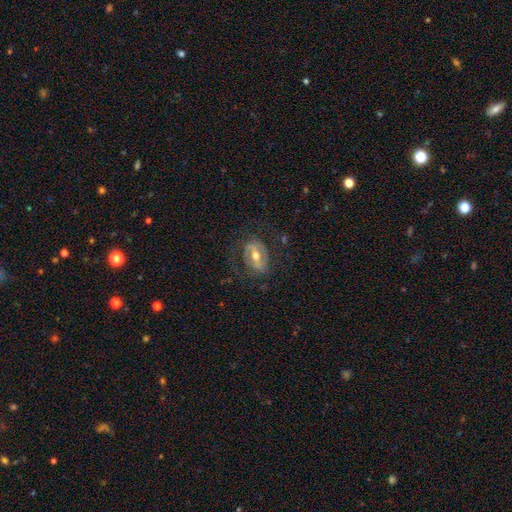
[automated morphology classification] Smooth or featured? Predicted: featured or disk (p=0.69). Edge-on disk? Predicted: no (p=0.93). Bar? Predicted: strong (p=0.47). Spiral arms? Predicted: yes (p=0.57). Bulge size? Predicted: moderate (p=0.74). Merging? Predicted: none (p=0.67).